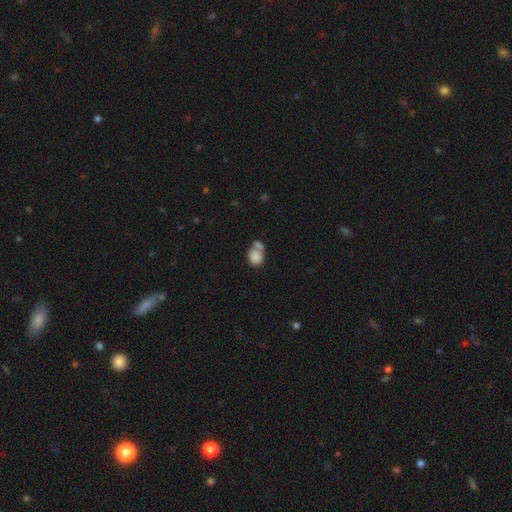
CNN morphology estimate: smooth 82%, featured or disk 9%, star or artifact 9%. Down the decision tree: how rounded — round (61%); merging — merger (48%).